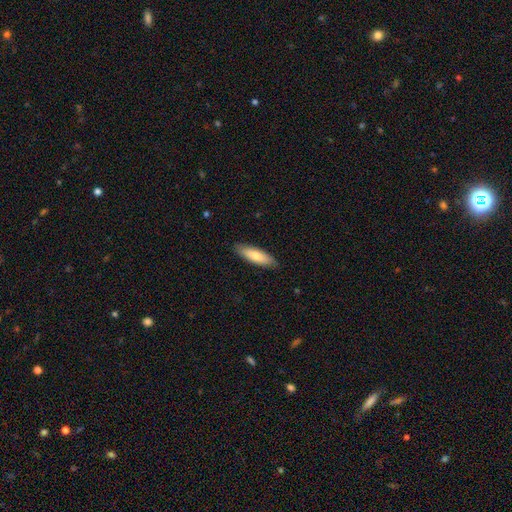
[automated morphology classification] type=smooth (73%); roundness=cigar-shaped (51%); merging=none (88%).